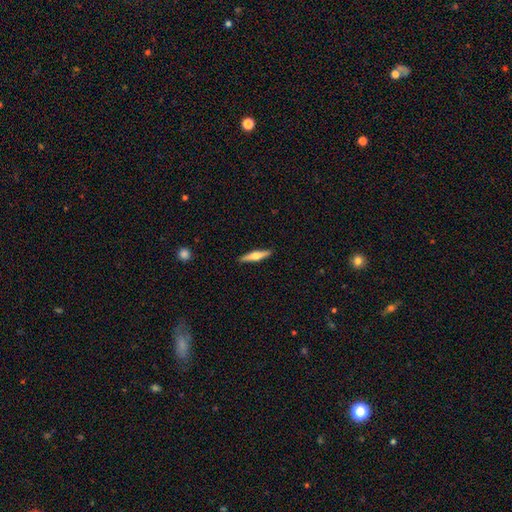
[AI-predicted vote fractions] Smooth or featured? featured or disk (53%)
Edge-on disk? yes (96%)
Edge-on bulge? rounded (91%)
Merging? none (91%)